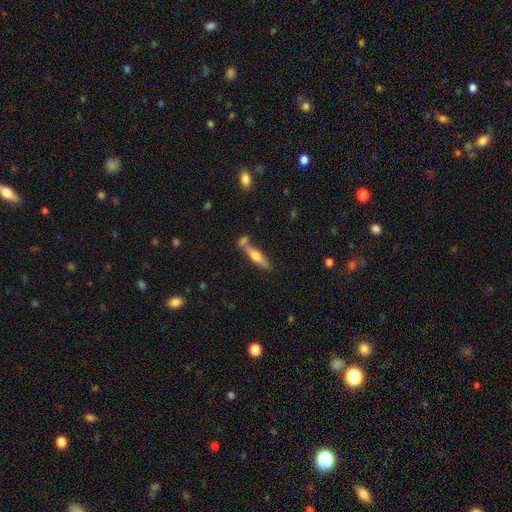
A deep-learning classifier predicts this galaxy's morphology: Overall: featured or disk (50%; smooth 43%). Edge-on disk: yes (92%). Merging: none (62%).